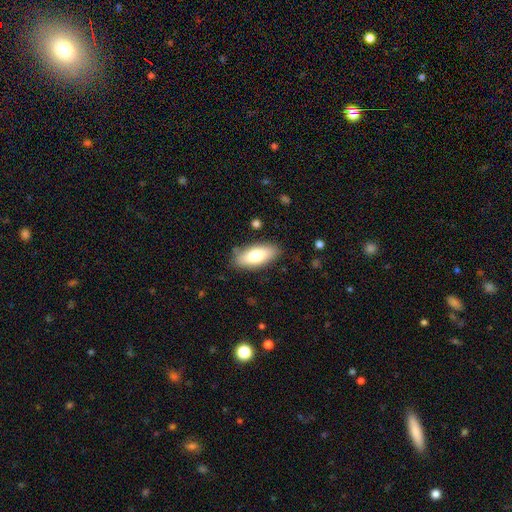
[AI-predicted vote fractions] Smooth or featured? Predicted: smooth (p=0.75). How rounded? Predicted: in between (p=0.81). Merging? Predicted: none (p=0.84).